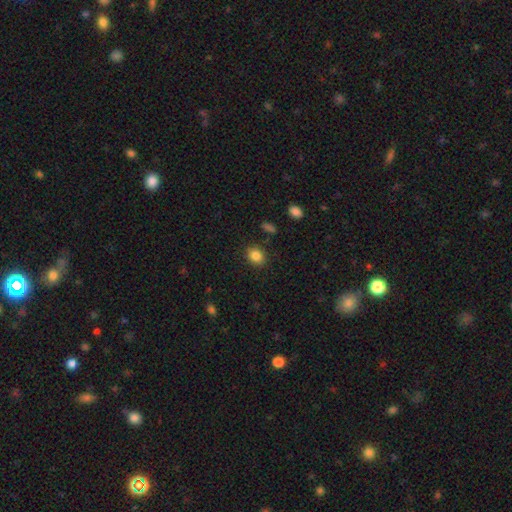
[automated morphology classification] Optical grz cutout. It shows a smooth galaxy with no disk features (85%) that is round (52%). Merging: none (86%).